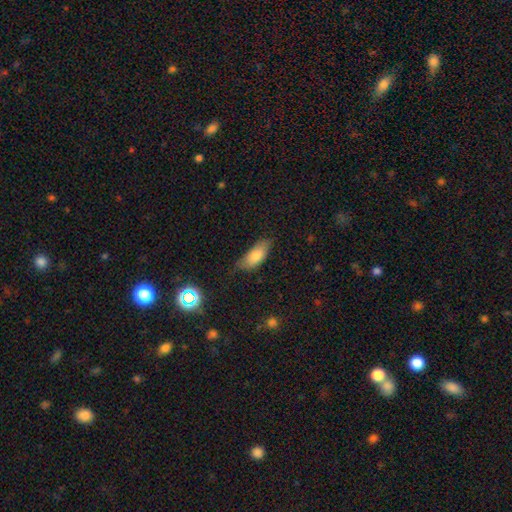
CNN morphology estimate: smooth_or_featured: smooth (p=0.81) [alt: featured or disk p=0.12]
how_rounded: in between (p=0.84) [alt: cigar-shaped p=0.14]
merging: none (p=0.63) [alt: minor disturbance p=0.29]